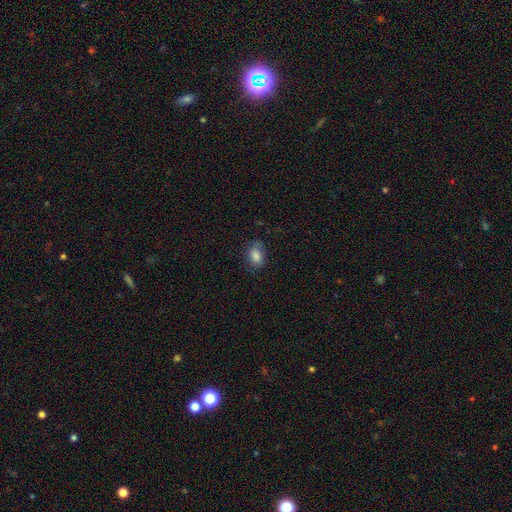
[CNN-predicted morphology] This is clearly a smooth galaxy (84%). How rounded: likely in between (76%). Merging: likely none (63%).